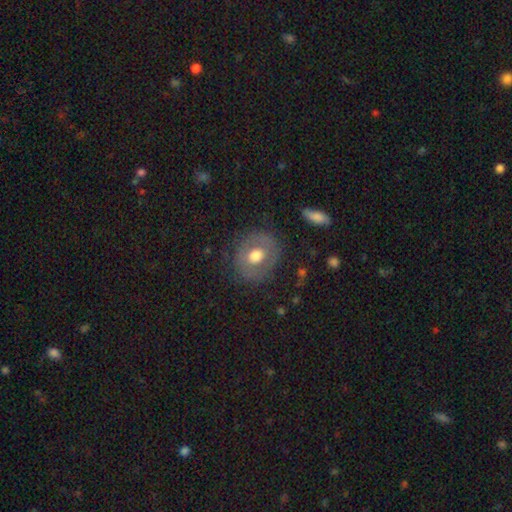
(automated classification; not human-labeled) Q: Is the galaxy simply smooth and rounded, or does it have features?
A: smooth — 54%.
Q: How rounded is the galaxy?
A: round — 73%.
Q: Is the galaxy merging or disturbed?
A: none — 78%.